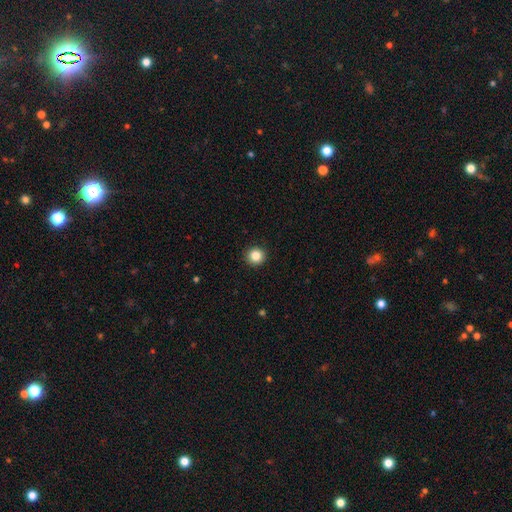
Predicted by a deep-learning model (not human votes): Smooth or featured: smooth — 85% (star or artifact — 11%)
How rounded: round — 94% (in between — 5%)
Merging: none — 93% (minor disturbance — 5%)